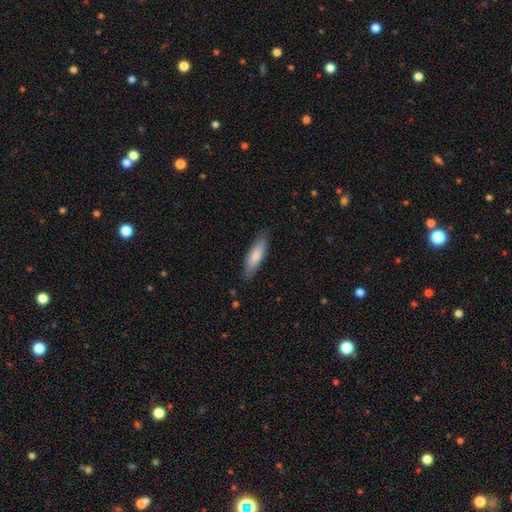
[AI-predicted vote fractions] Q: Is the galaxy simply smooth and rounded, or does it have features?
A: smooth — 78%.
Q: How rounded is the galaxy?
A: cigar-shaped — 55%.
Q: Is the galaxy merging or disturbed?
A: none — 82%.